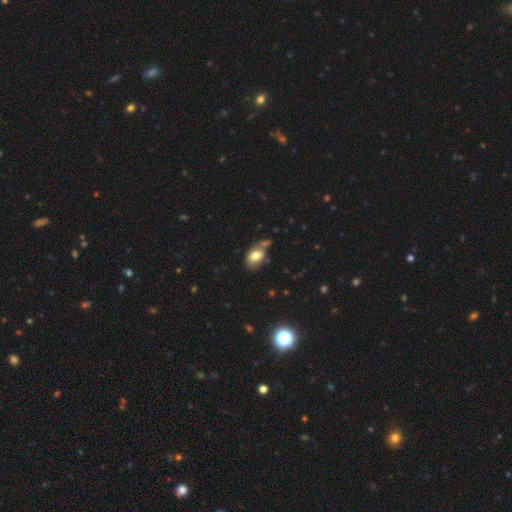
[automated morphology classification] Overall: smooth (74%). How rounded: in between (86%). Merging: none (46%; minor disturbance 25%).